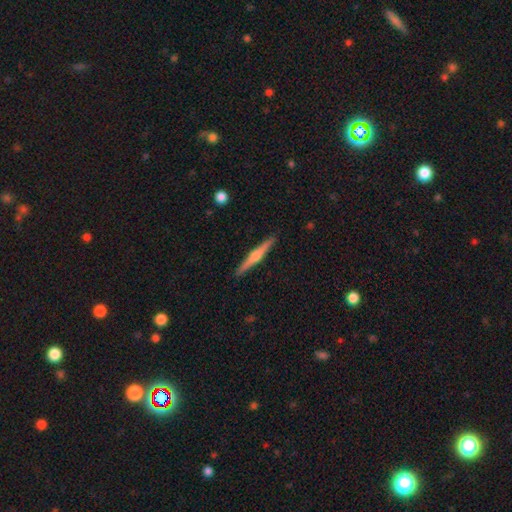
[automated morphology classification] This is likely a featured or disk galaxy (70%). It is clearly viewed edge-on (98%). Edge-on bulge: clearly rounded (88%). Merging: clearly none (92%).